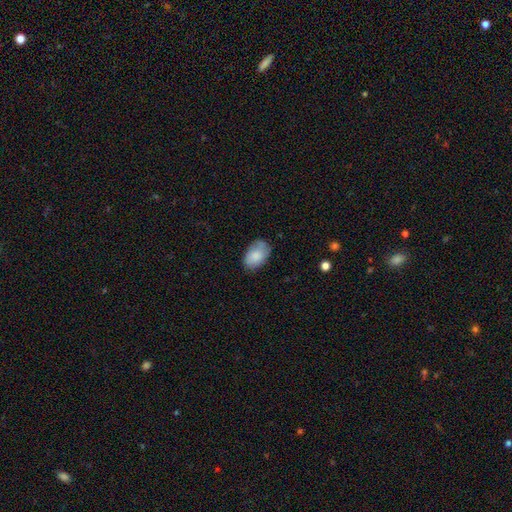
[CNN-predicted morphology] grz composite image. It shows a smooth galaxy with no disk features (82%) that is in between round and cigar-shaped (89%). Merging: none (71%).